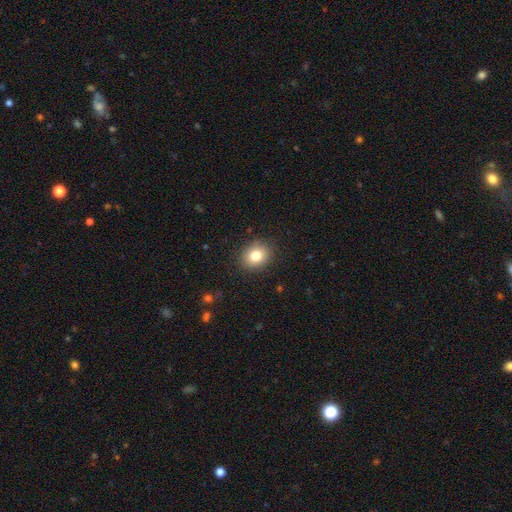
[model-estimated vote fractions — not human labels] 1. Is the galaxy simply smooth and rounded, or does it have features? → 81% smooth, 10% star or artifact, 9% featured or disk.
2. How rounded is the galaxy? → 62% round, 38% in between, 1% cigar-shaped.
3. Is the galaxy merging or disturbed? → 88% none, 8% minor disturbance, 2% major disturbance, 1% merger.